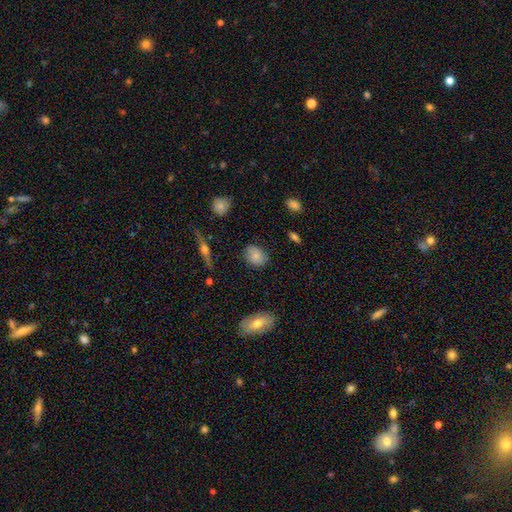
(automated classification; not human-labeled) A smooth galaxy with no disk features (76%) that is in between round and cigar-shaped (53%).

Vote fractions:
- Smooth or featured? smooth: 76% / featured or disk: 15% / star or artifact: 9%
- How rounded? in between: 53% / round: 45% / cigar-shaped: 2%
- Merging? none: 80% / minor disturbance: 15% / major disturbance: 3% / merger: 2%